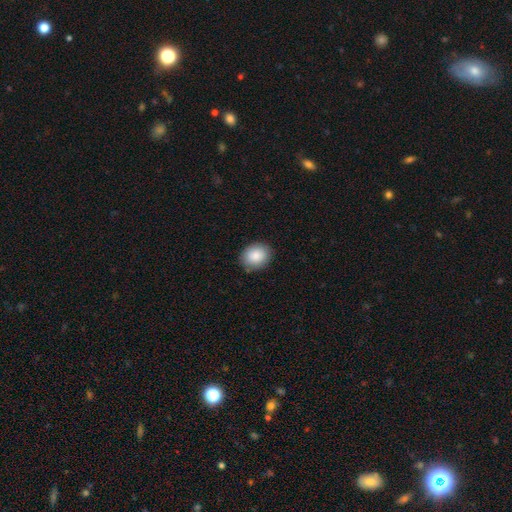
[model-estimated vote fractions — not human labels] This is clearly a smooth galaxy (87%). How rounded: possibly round (55%). Merging: clearly none (86%).